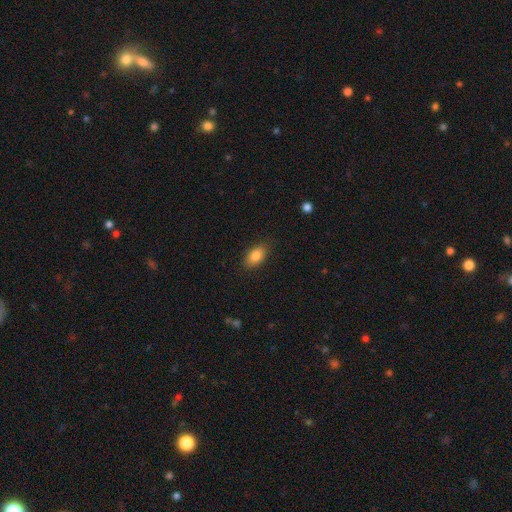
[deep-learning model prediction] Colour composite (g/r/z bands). It shows a smooth galaxy with no disk features (84%) that is in between round and cigar-shaped (89%). Merging: none (85%).